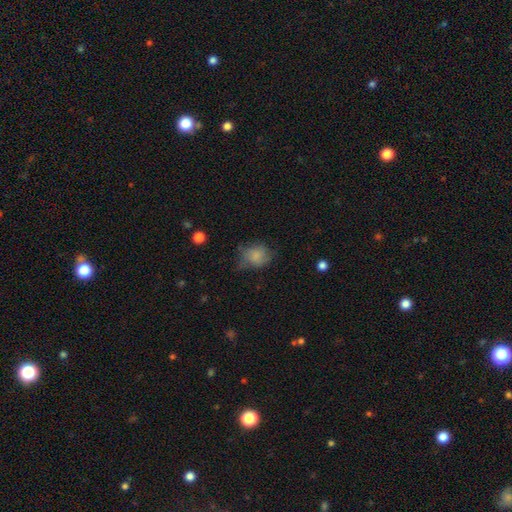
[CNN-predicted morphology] Q: Smooth or featured?
A: smooth (76%); runner-up: featured or disk (14%)
Q: How rounded?
A: round (57%); runner-up: in between (42%)
Q: Merging?
A: none (49%); runner-up: minor disturbance (34%)